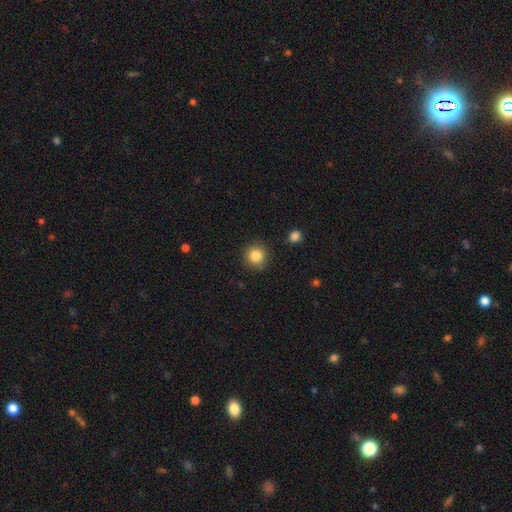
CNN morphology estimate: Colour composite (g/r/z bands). It shows a smooth galaxy with no disk features (85%) that is round (93%). Merging: none (88%).